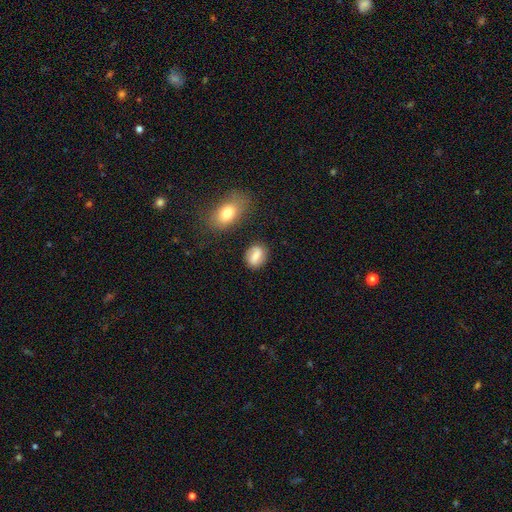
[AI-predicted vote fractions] This is likely a smooth galaxy (66%). How rounded: likely in between (62%). Merging: likely none (75%).